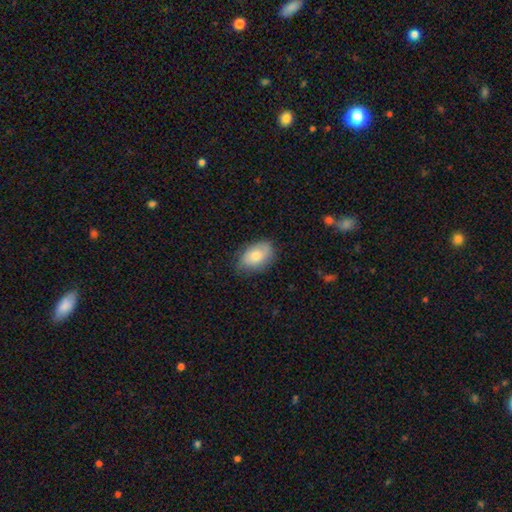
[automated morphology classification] The model was most divided on "merging": none: 75%, minor disturbance: 20%, major disturbance: 4%, merger: 1%. More confident: how rounded — in between (88%); smooth or featured — smooth (75%).